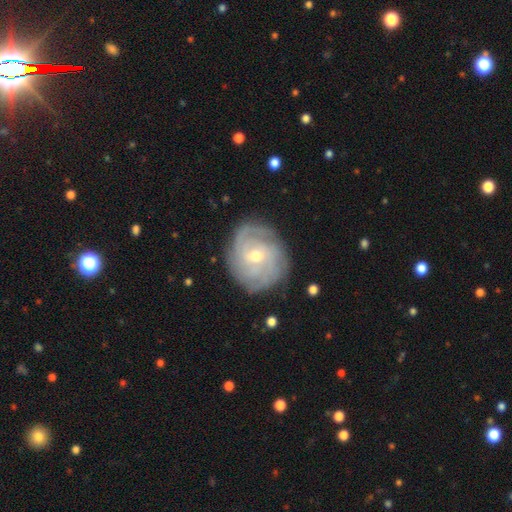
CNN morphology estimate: Smooth or featured? featured or disk (81%)
Edge-on disk? no (97%)
Bar? no (59%)
Spiral arms? yes (95%)
Spiral winding? tight (71%)
Spiral arm count? can't tell (36%)
Bulge size? small (50%)
Merging? none (82%)